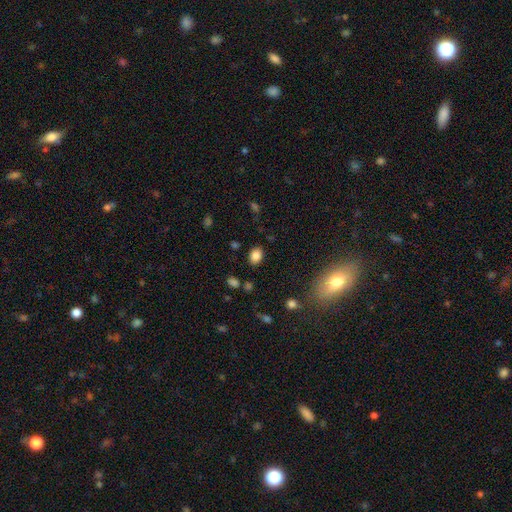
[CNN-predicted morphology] Smooth or featured?
  - smooth: 84% *
  - star or artifact: 11%
  - featured or disk: 5%
How rounded?
  - in between: 71% *
  - round: 28%
  - cigar-shaped: 1%
Merging?
  - none: 85% *
  - minor disturbance: 10%
  - major disturbance: 3%
  - merger: 2%